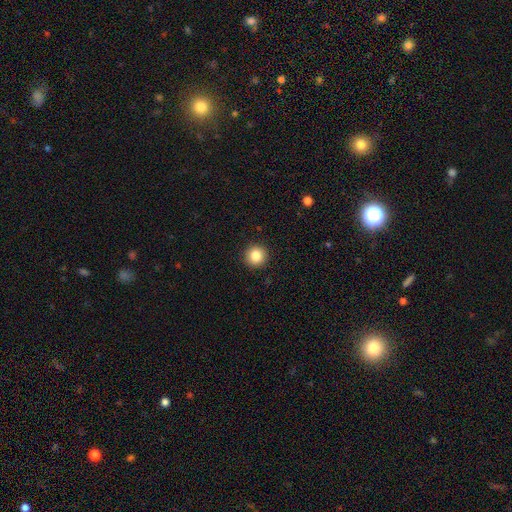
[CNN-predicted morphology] Overall: smooth (84%). How rounded: round (95%). Merging: none (93%).